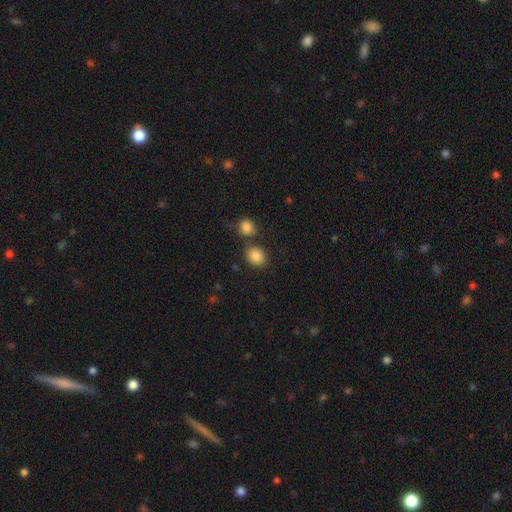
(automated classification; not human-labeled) smooth-or-featured: smooth: 87% | star or artifact: 9% | featured or disk: 4%
  how-rounded: in between: 50% | round: 49% | cigar-shaped: 1%
  merging: none: 68% | merger: 17% | minor disturbance: 11% | major disturbance: 4%